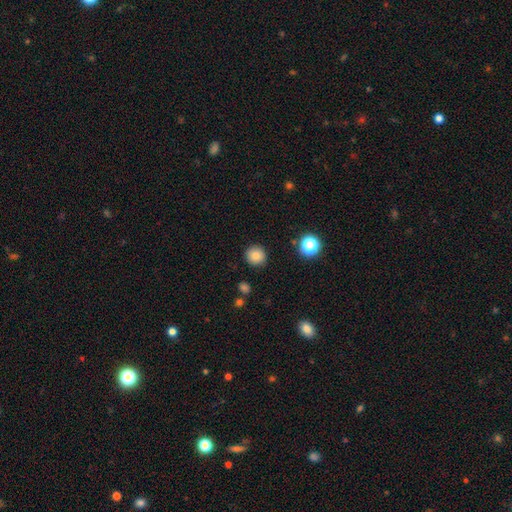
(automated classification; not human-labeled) Smooth or featured? Predicted: smooth (p=0.83). How rounded? Predicted: round (p=0.93). Merging? Predicted: none (p=0.90).